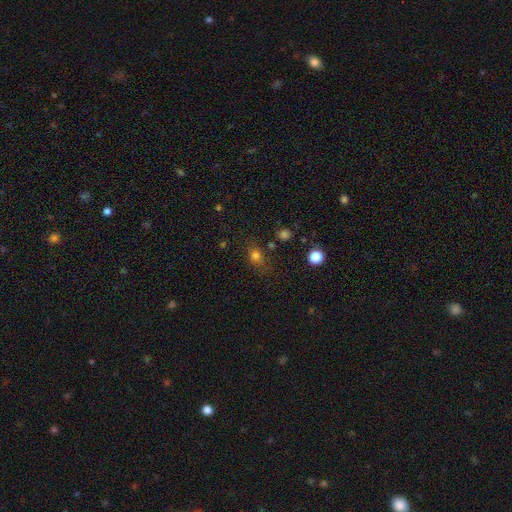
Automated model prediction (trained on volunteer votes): Overall: smooth (74%). How rounded: round (55%; in between 42%). Merging: none (71%).